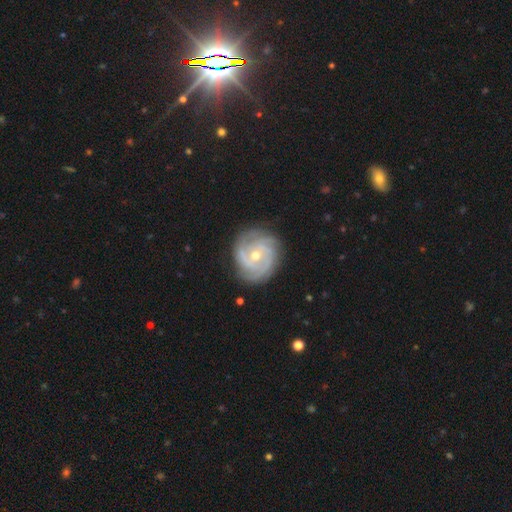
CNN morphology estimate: Q: Smooth or featured?
A: featured or disk (88%); runner-up: smooth (7%)
Q: Edge-on disk?
A: no (98%); runner-up: yes (2%)
Q: Bar?
A: no (61%); runner-up: weak (30%)
Q: Spiral arms?
A: yes (98%); runner-up: no (2%)
Q: Spiral winding?
A: tight (70%); runner-up: medium (25%)
Q: Spiral arm count?
A: 3 (36%); runner-up: 2 (18%)
Q: Bulge size?
A: moderate (49%); tied with: small (49%)
Q: Merging?
A: none (82%); runner-up: minor disturbance (13%)